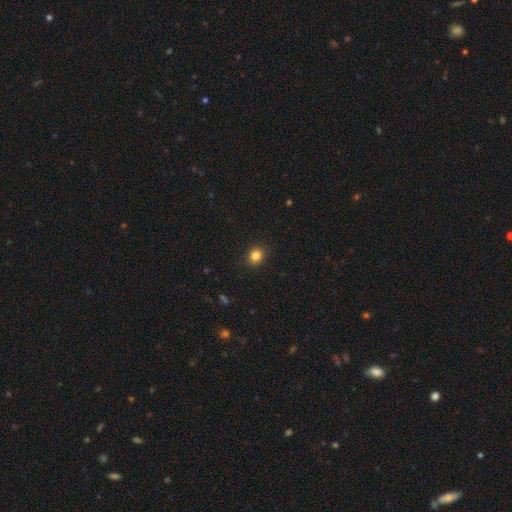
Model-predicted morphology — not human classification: This appears to be a smooth galaxy with no disk features (84%) that is round (70%). Merging: none (90%).